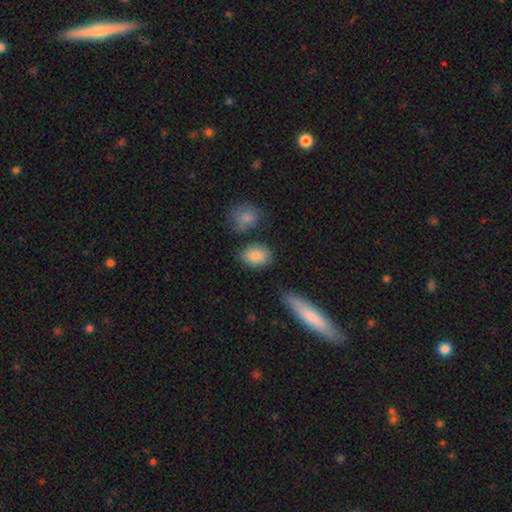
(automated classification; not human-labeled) smooth_or_featured: smooth (p=0.85) [alt: featured or disk p=0.07]
how_rounded: in between (p=0.71) [alt: round p=0.27]
merging: none (p=0.71) [alt: minor disturbance p=0.16]